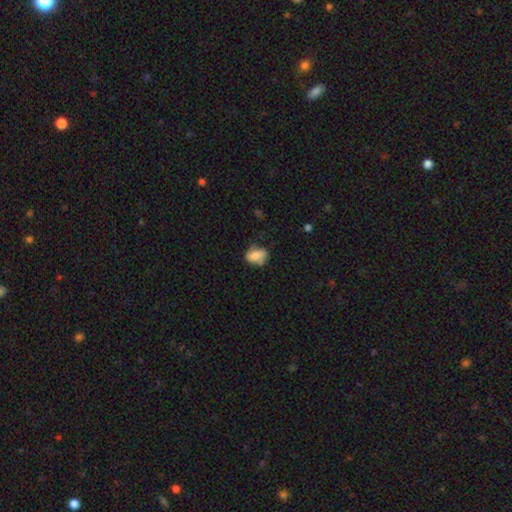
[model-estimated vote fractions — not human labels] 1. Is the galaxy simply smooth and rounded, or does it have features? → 81% smooth, 10% featured or disk, 8% star or artifact.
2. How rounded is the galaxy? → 81% in between, 16% round, 2% cigar-shaped.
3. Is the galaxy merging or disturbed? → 54% none, 31% minor disturbance, 10% major disturbance, 4% merger.